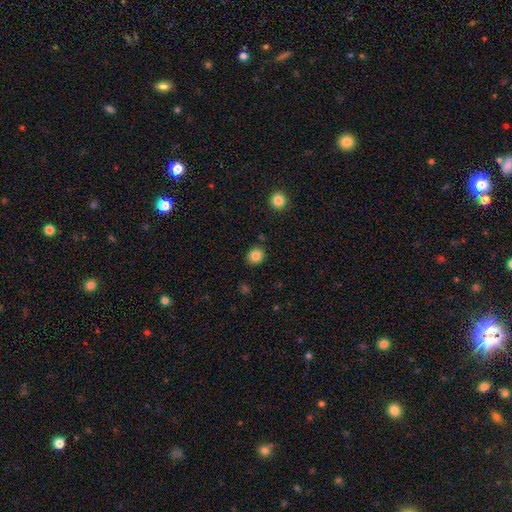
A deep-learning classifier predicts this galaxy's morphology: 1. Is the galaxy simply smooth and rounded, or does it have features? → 84% smooth, 11% star or artifact, 6% featured or disk.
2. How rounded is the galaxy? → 82% round, 17% in between, 1% cigar-shaped.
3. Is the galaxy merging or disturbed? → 87% none, 8% minor disturbance, 3% merger, 2% major disturbance.